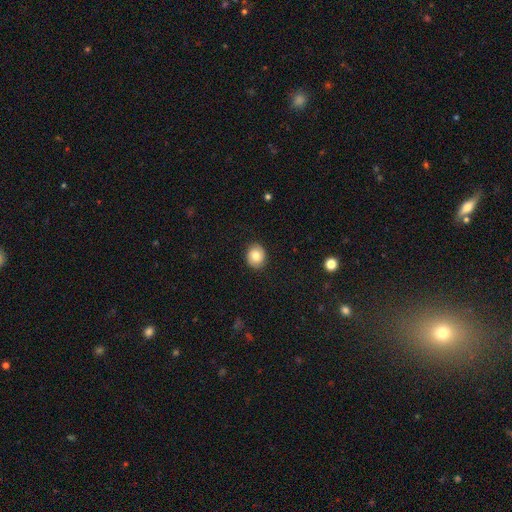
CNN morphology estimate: Smooth or featured? smooth (79%)
How rounded? round (67%)
Merging? none (87%)